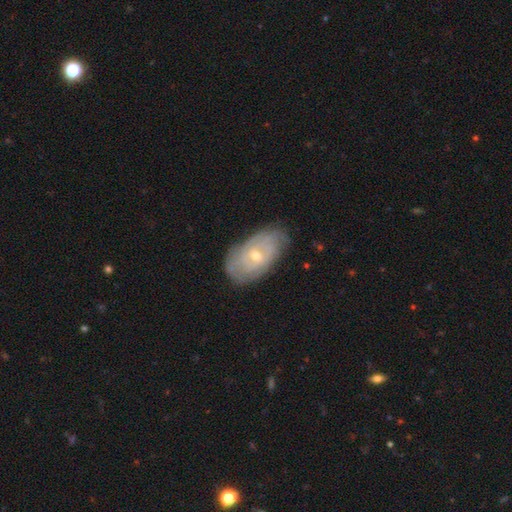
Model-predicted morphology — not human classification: A featured or disk galaxy (71%) with no bar (65%), tight (72%) spiral arms (82%) and a small central bulge (51%).

Vote fractions:
- Smooth or featured? featured or disk: 71% / smooth: 22% / star or artifact: 7%
- Edge-on disk? no: 93% / yes: 7%
- Bar? no: 65% / weak: 29% / strong: 5%
- Spiral arms? yes: 82% / no: 18%
- Spiral winding? tight: 72% / medium: 22% / loose: 7%
- Spiral arm count? can't tell: 57% / 2: 20% / 3: 10% / 4: 6% / 1: 4% / more than 4: 4%
- Bulge size? small: 51% / moderate: 46% / large: 1% / none: 1% / dominant: 1%
- Merging? none: 73% / minor disturbance: 21% / major disturbance: 5% / merger: 1%